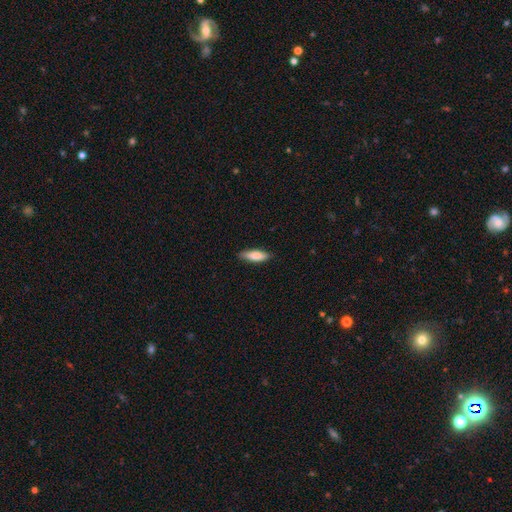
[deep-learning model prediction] smooth_or_featured: smooth (p=0.81) [alt: featured or disk p=0.14]
how_rounded: in between (p=0.53) [alt: cigar-shaped p=0.45]
merging: none (p=0.84) [alt: minor disturbance p=0.13]